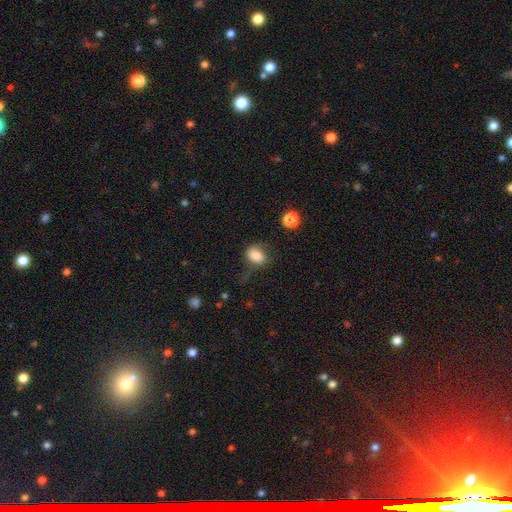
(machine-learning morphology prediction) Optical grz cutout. It shows a smooth galaxy with no disk features (76%) that is in between round and cigar-shaped (68%). Merging: none (47%).